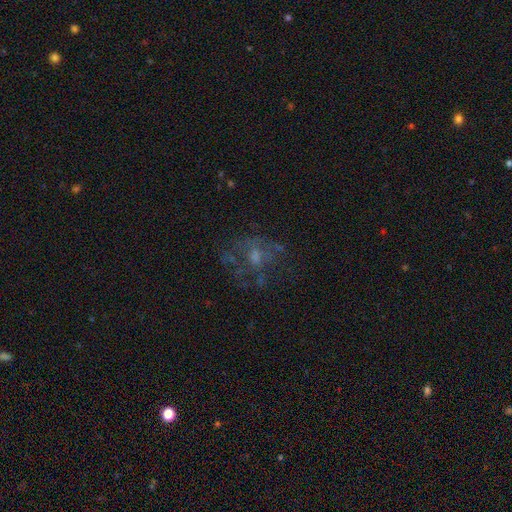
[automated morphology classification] Smooth or featured: featured or disk — 52% (smooth — 24%)
Edge-on disk: no — 97% (yes — 3%)
Bar: no — 81% (weak — 16%)
Spiral arms: no — 70% (yes — 30%)
Bulge size: moderate — 44% (small — 32%)
Merging: none — 57% (major disturbance — 24%)